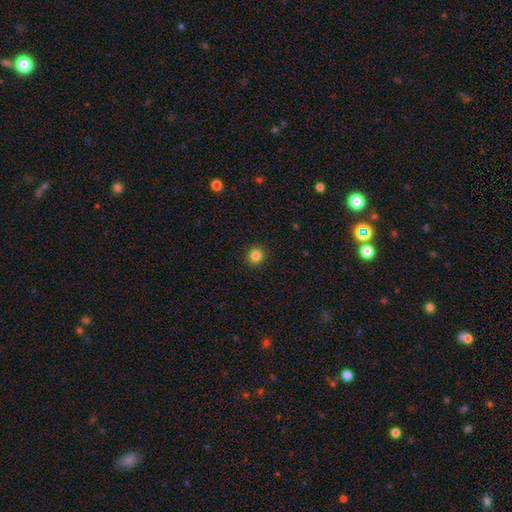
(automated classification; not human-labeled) A smooth galaxy with no disk features (84%) that is round (85%). Merging: none (91%).